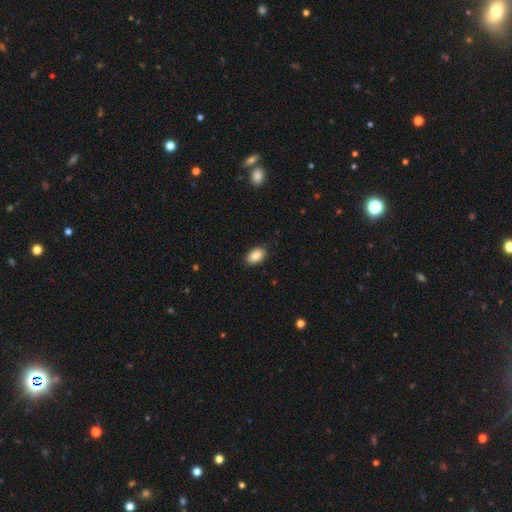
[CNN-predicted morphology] Smooth or featured: smooth — 88% (star or artifact — 7%)
How rounded: in between — 90% (round — 9%)
Merging: none — 88% (minor disturbance — 9%)